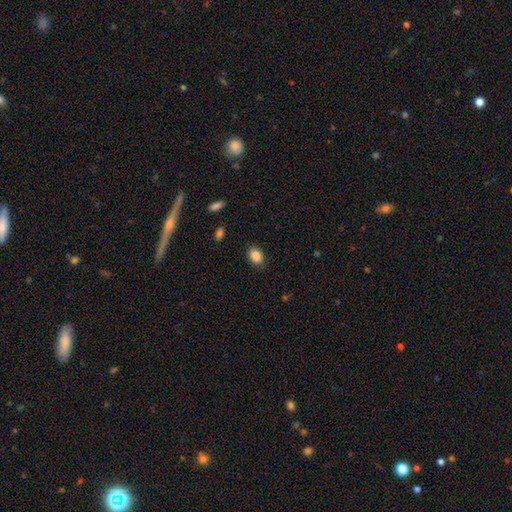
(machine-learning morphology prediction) A smooth galaxy with no disk features (87%) that is in between round and cigar-shaped (72%).

Vote fractions:
- Smooth or featured? smooth: 87% / star or artifact: 9% / featured or disk: 4%
- How rounded? in between: 72% / round: 27% / cigar-shaped: 1%
- Merging? none: 87% / minor disturbance: 10% / major disturbance: 3% / merger: 1%